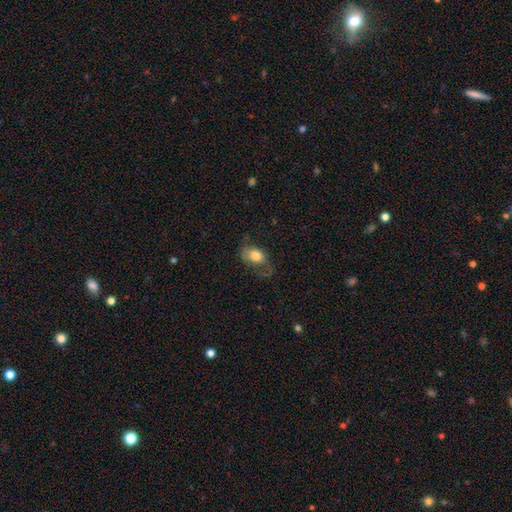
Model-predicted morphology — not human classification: Overall: smooth (69%). How rounded: in between (81%). Merging: none (42%; major disturbance 29%).